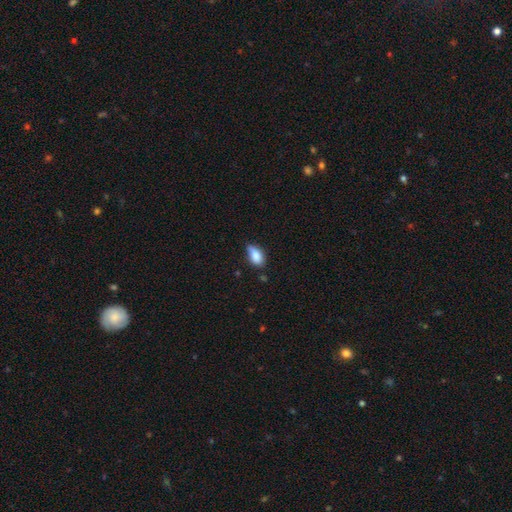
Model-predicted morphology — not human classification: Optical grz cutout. It shows a smooth galaxy with no disk features (84%) that is in between round and cigar-shaped (90%). Merging: none (53%).